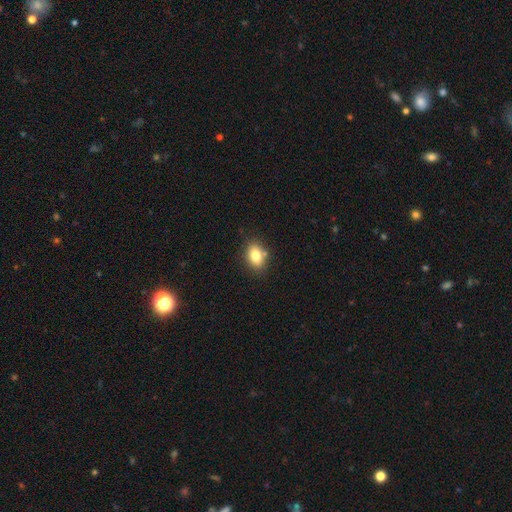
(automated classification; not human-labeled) Smooth or featured? smooth (81%)
How rounded? in between (75%)
Merging? none (78%)